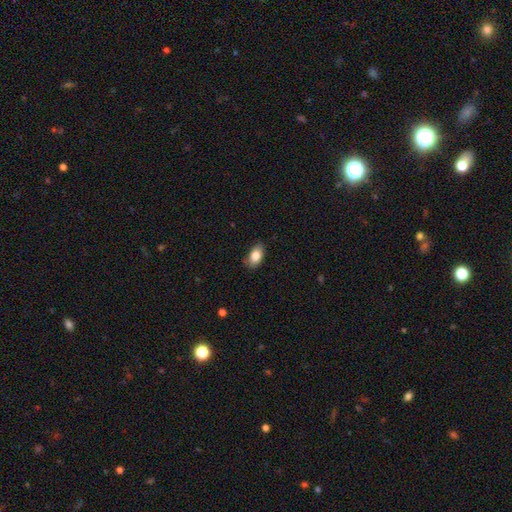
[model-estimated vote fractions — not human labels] smooth_or_featured: smooth (p=0.83) [alt: featured or disk p=0.10]
how_rounded: in between (p=0.92) [alt: round p=0.06]
merging: none (p=0.84) [alt: minor disturbance p=0.12]